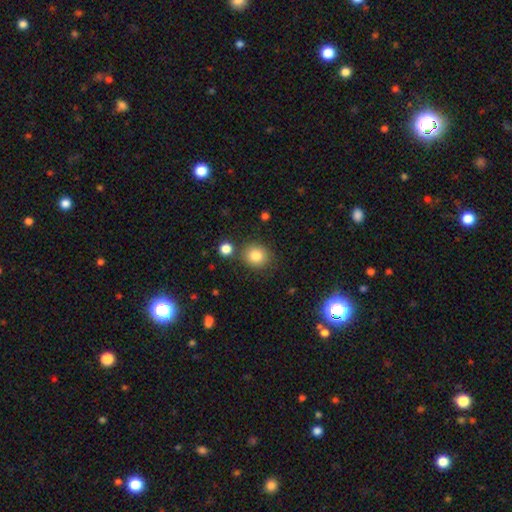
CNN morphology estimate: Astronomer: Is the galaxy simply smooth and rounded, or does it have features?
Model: smooth — 83%.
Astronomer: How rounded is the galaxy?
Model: round — 82%.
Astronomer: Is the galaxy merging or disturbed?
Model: none — 80%.